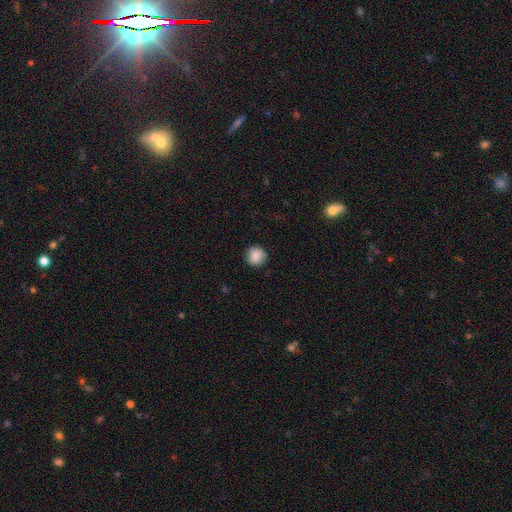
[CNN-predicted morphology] The model was most divided on "smooth or featured": smooth: 84%, star or artifact: 9%, featured or disk: 7%. More confident: how rounded — round (92%); merging — none (87%).